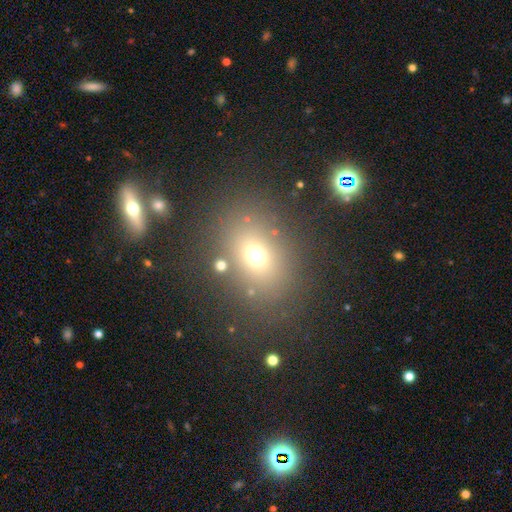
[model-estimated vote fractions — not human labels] A smooth galaxy with no disk features (67%) that is in between round and cigar-shaped (52%). Merging: none (78%).